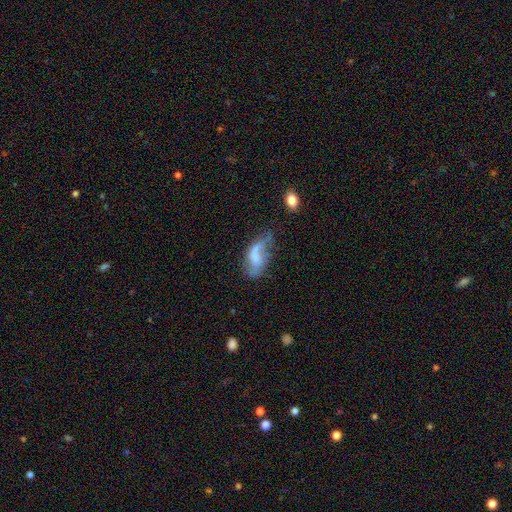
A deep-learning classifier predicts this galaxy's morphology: Q: Smooth or featured?
A: featured or disk (48%); runner-up: smooth (43%)
Q: Merging?
A: major disturbance (33%); runner-up: none (29%)